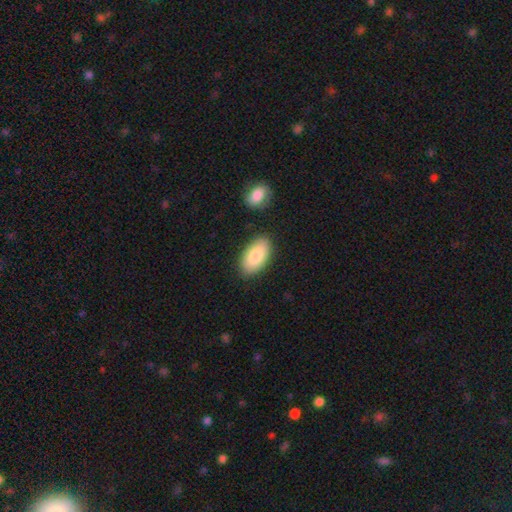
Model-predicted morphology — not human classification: smooth 85%, featured or disk 9%, star or artifact 6%. Down the decision tree: how rounded — in between (95%); merging — none (83%).